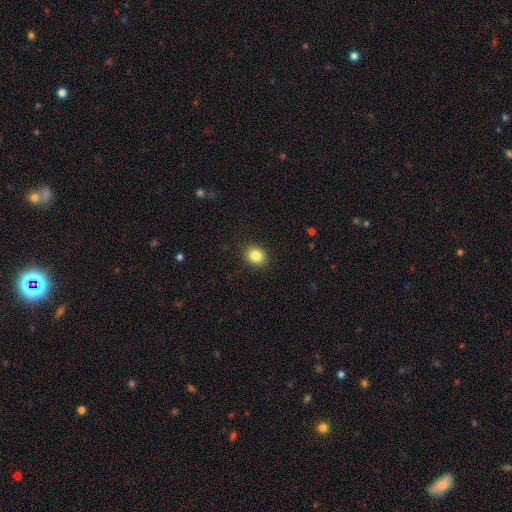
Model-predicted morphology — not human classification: A smooth galaxy with no disk features (84%) that is round (70%).

Vote fractions:
- Smooth or featured? smooth: 84% / star or artifact: 10% / featured or disk: 6%
- How rounded? round: 70% / in between: 29% / cigar-shaped: 1%
- Merging? none: 90% / minor disturbance: 7% / major disturbance: 2% / merger: 1%